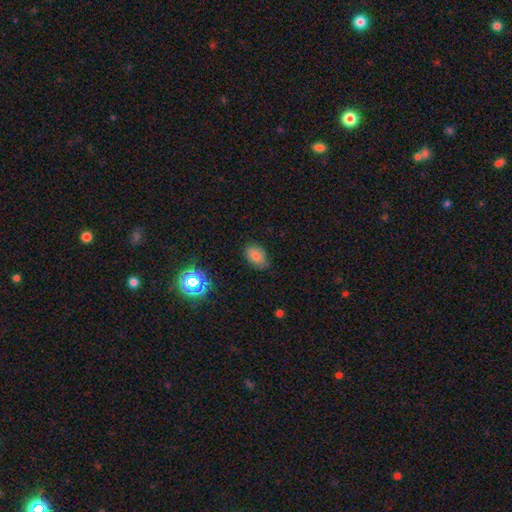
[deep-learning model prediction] smooth-or-featured: smooth: 77% | star or artifact: 15% | featured or disk: 9%
  how-rounded: in between: 81% | round: 17% | cigar-shaped: 1%
  merging: none: 73% | minor disturbance: 22% | major disturbance: 4% | merger: 1%